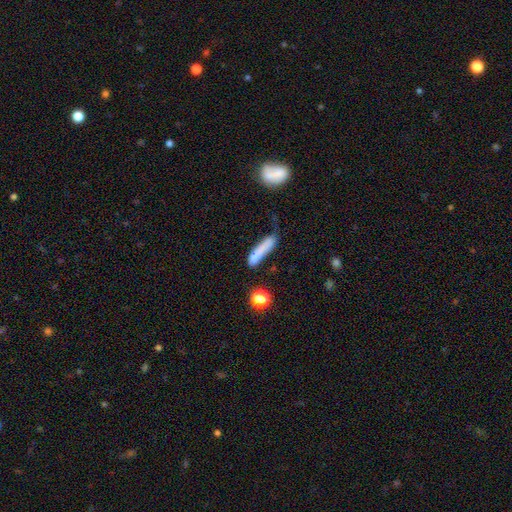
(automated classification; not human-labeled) smooth 75%, featured or disk 16%, star or artifact 10%. Down the decision tree: how rounded — cigar-shaped (83%); merging — none (47%).